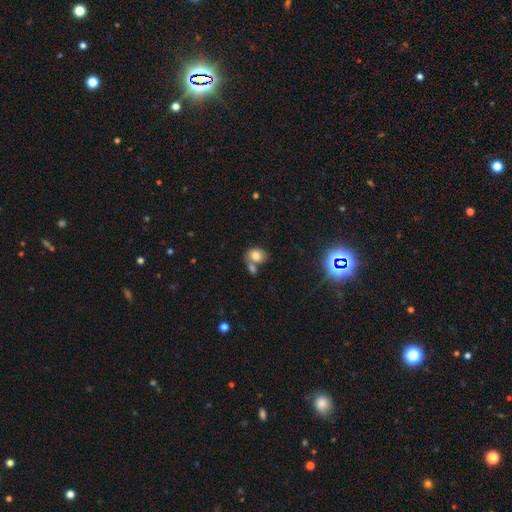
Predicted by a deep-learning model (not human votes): The model was most divided on "merging": none: 43%, merger: 39%, minor disturbance: 12%, major disturbance: 5%. More confident: smooth or featured — smooth (78%); how rounded — in between (58%).